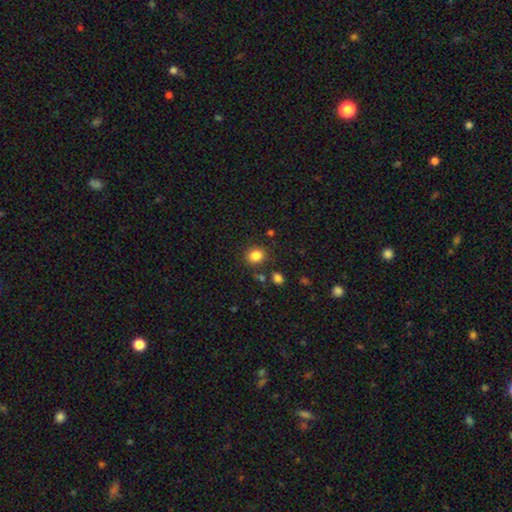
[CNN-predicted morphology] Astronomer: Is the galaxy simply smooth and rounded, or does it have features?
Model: smooth — 84%.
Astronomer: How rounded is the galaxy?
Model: round — 78%.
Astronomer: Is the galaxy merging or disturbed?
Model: none — 83%.